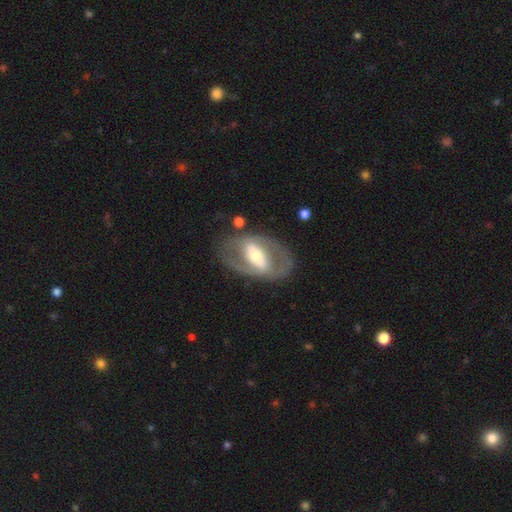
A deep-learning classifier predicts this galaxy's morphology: smooth_or_featured: featured or disk (p=0.75) [alt: smooth p=0.20]
disk_edge_on: no (p=0.92) [alt: yes p=0.08]
bar: strong (p=0.55) [alt: weak p=0.27]
has_spiral_arms: yes (p=0.52) [alt: no p=0.48]
bulge_size: moderate (p=0.58) [alt: small p=0.24]
merging: none (p=0.72) [alt: minor disturbance p=0.15]